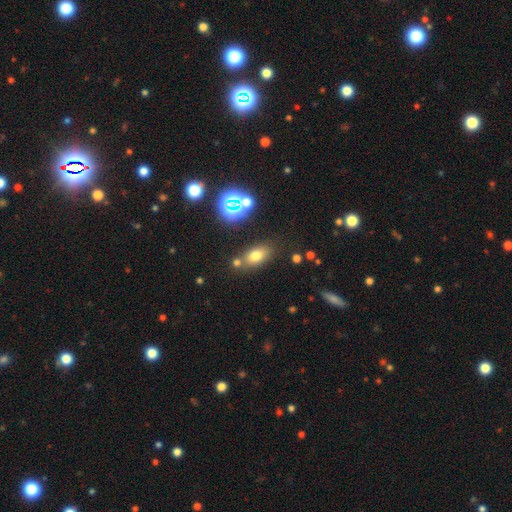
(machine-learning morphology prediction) A smooth galaxy with no disk features (67%) that is in between round and cigar-shaped (77%). Merging: none (69%).